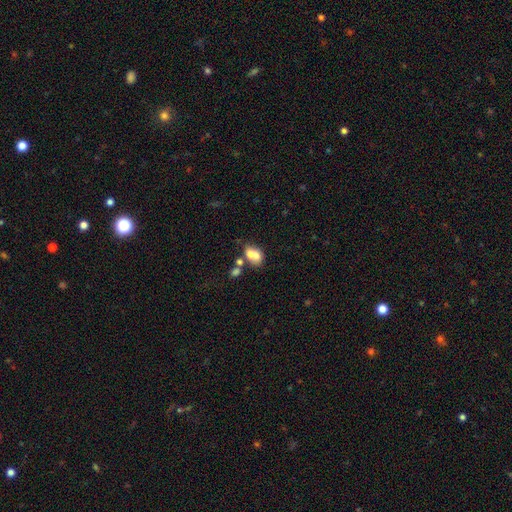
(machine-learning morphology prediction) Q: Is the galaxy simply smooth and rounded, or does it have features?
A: smooth — 65%.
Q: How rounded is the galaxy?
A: in between — 67%.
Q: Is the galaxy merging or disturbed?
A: merger — 56%.